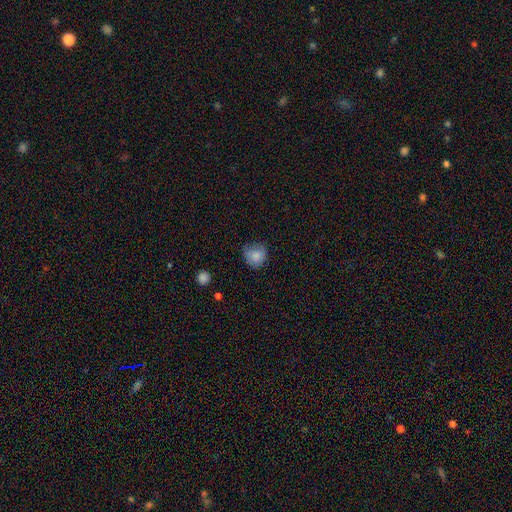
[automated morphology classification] Smooth or featured: smooth — 82% (star or artifact — 9%)
How rounded: round — 80% (in between — 19%)
Merging: none — 56% (minor disturbance — 32%)